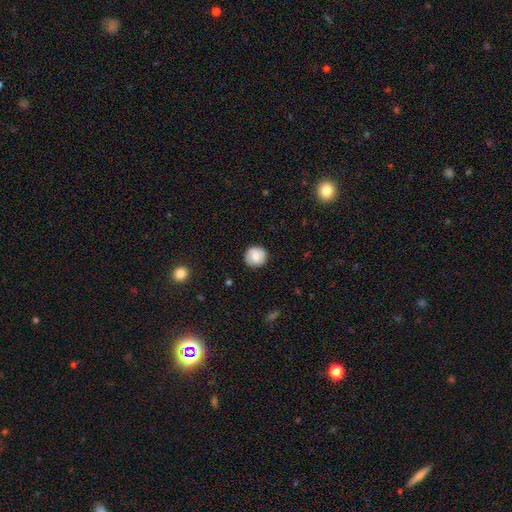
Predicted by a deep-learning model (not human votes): Smooth or featured? Predicted: smooth (p=0.70). How rounded? Predicted: round (p=0.90). Merging? Predicted: none (p=0.85).